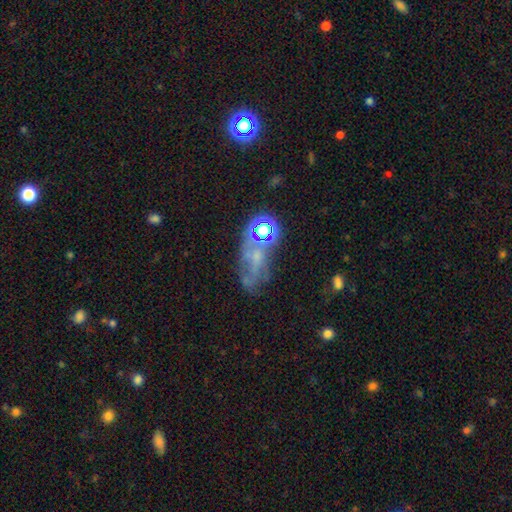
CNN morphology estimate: smooth_or_featured: featured or disk (p=0.38) [alt: star or artifact p=0.33]
merging: none (p=0.49) [alt: minor disturbance p=0.20]